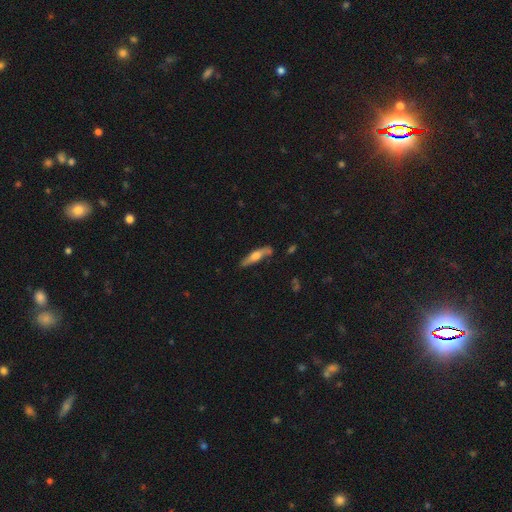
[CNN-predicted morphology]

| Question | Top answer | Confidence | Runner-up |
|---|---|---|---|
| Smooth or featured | featured or disk | 49% | smooth (45%) |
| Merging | none | 72% | minor disturbance (19%) |